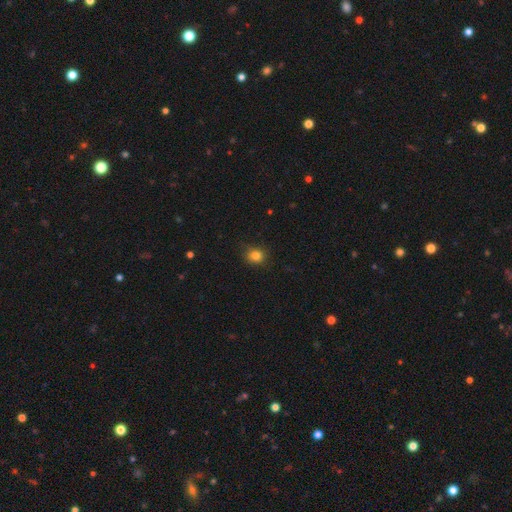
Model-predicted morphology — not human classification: This appears to be a smooth galaxy with no disk features (83%) that is round (79%). Merging: none (84%).